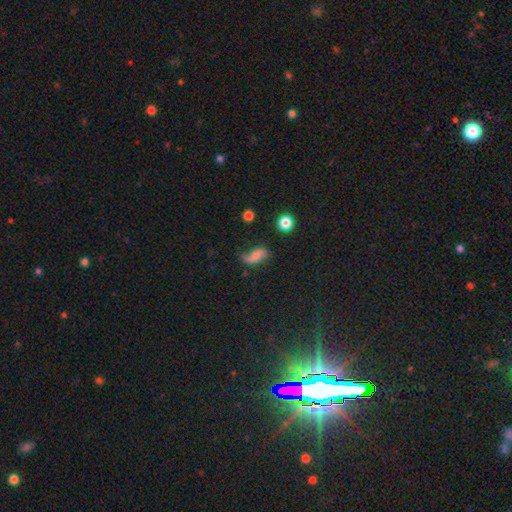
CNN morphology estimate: Overall: smooth (47%; featured or disk 41%). Merging: none (51%; minor disturbance 28%).